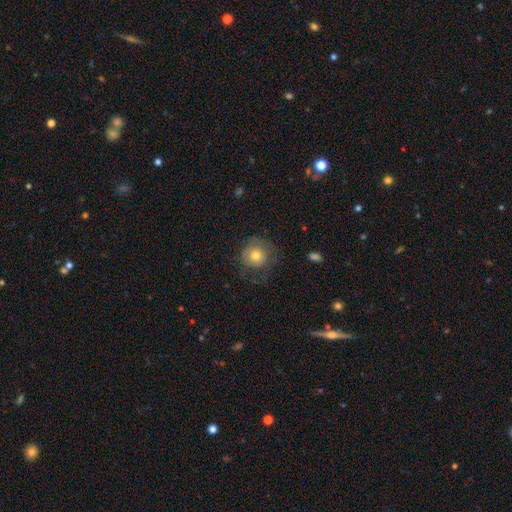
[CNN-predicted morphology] smooth 71%, featured or disk 20%, star or artifact 9%. Down the decision tree: how rounded — round (91%); merging — none (62%).